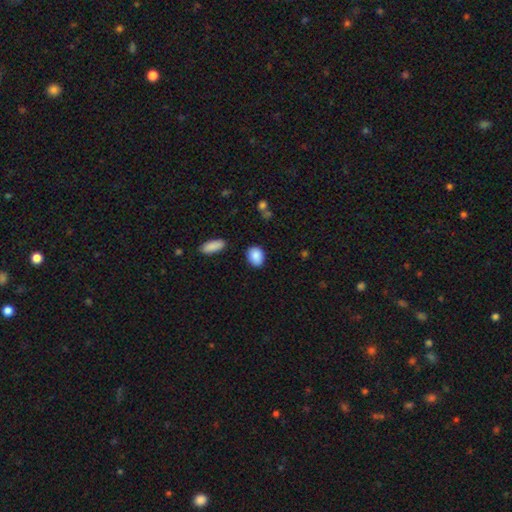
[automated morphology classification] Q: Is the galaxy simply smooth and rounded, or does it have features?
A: smooth — 88%.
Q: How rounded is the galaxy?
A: in between — 64%.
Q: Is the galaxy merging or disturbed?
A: none — 81%.